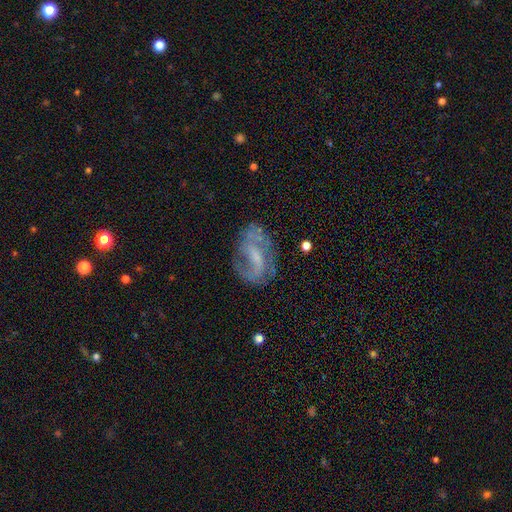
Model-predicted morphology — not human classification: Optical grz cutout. It shows a featured or disk galaxy (72%) with a weak bar (49%), 2 (62%) medium (43%) spiral arms (82%) and a small central bulge (36%). Merging: none (61%).